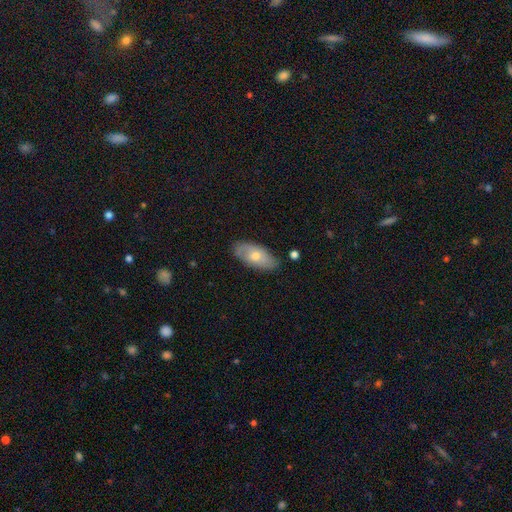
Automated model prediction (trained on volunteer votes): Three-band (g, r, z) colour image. It shows a smooth galaxy with no disk features (55%) that is in between round and cigar-shaped (88%). Merging: none (80%).